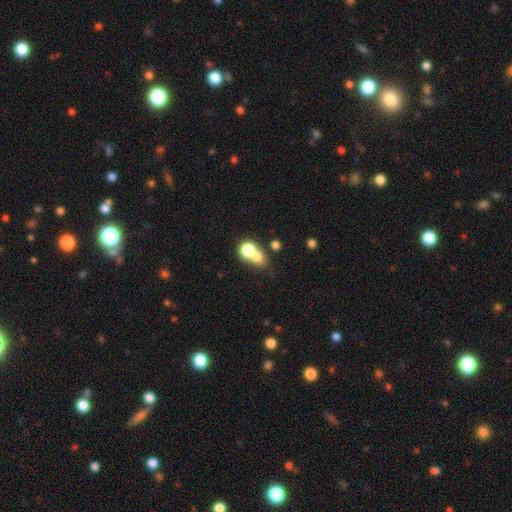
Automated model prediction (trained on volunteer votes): smooth-or-featured: smooth: 70% | featured or disk: 16% | star or artifact: 15%
  how-rounded: round: 65% | in between: 33% | cigar-shaped: 1%
  merging: merger: 55% | none: 33% | minor disturbance: 7% | major disturbance: 5%